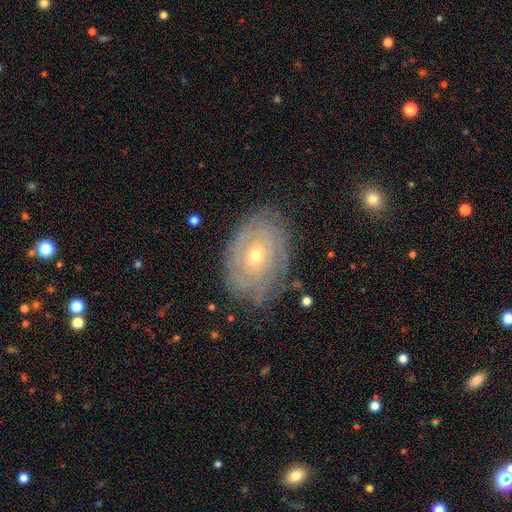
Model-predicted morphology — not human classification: smooth_or_featured: featured or disk (p=0.76) [alt: smooth p=0.17]
disk_edge_on: no (p=0.95) [alt: yes p=0.05]
bar: no (p=0.72) [alt: weak p=0.23]
has_spiral_arms: yes (p=0.85) [alt: no p=0.15]
spiral_winding: tight (p=0.80) [alt: medium p=0.15]
spiral_arm_count: can't tell (p=0.56) [alt: 2 p=0.15]
bulge_size: small (p=0.57) [alt: moderate p=0.40]
merging: none (p=0.78) [alt: minor disturbance p=0.16]